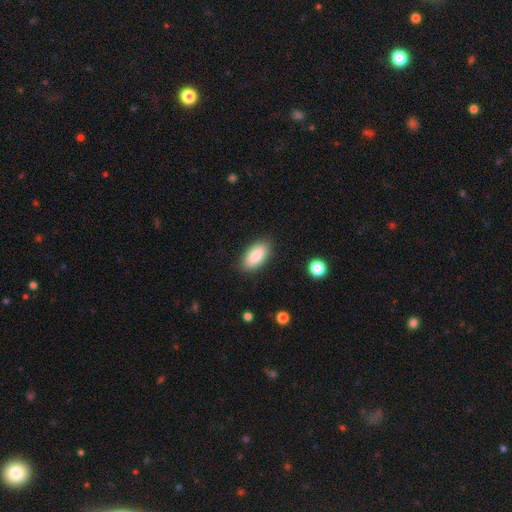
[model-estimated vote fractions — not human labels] smooth-or-featured: smooth: 87% | featured or disk: 6% | star or artifact: 6%
  how-rounded: in between: 93% | cigar-shaped: 5% | round: 3%
  merging: none: 87% | minor disturbance: 10% | major disturbance: 3% | merger: 1%